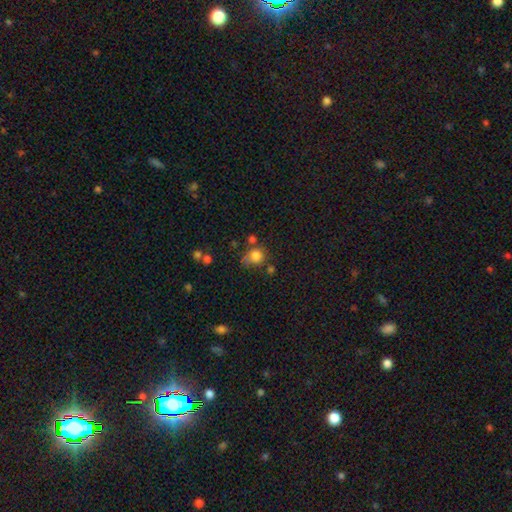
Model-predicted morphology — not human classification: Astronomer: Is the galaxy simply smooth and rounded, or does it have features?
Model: smooth — 81%.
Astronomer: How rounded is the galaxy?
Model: round — 75%.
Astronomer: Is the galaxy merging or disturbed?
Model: none — 49% (runner-up: minor disturbance, 26%).